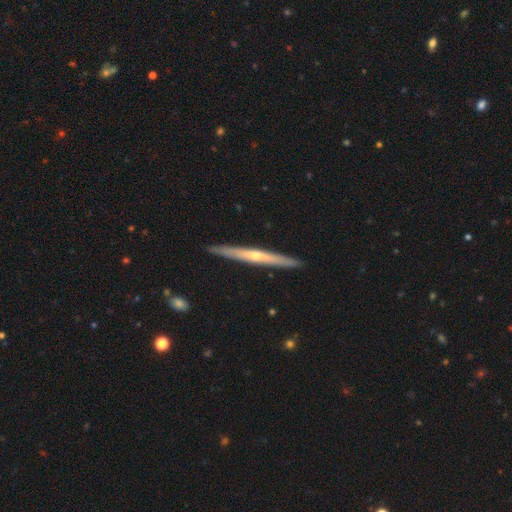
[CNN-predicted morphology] Overall: featured or disk (70%). Edge-on disk: yes (96%). Edge-on bulge: rounded (68%; none 30%). Merging: none (91%).